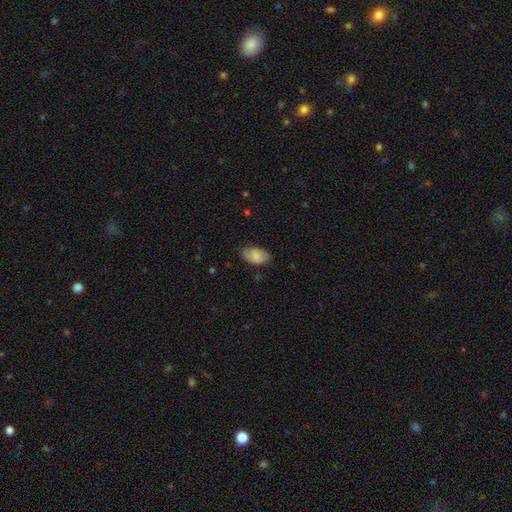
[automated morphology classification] Overall: smooth (82%). How rounded: in between (94%). Merging: none (79%).